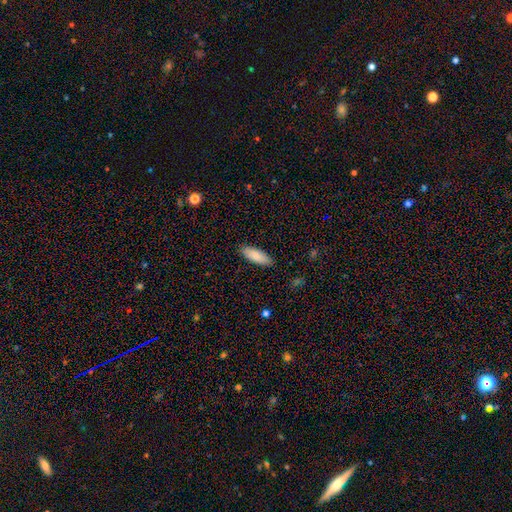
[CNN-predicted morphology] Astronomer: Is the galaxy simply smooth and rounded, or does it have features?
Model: smooth — 86%.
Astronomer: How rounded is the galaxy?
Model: in between — 63%.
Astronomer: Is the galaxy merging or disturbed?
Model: none — 89%.